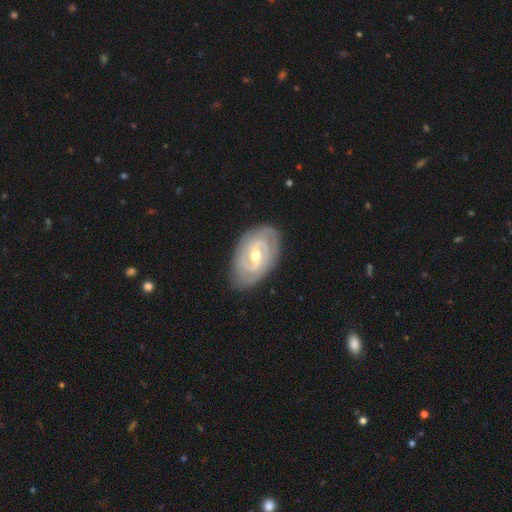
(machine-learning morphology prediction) A featured or disk galaxy (88%) with a weak bar (47%), 2 (59%) tight (73%) spiral arms (94%) and a moderate central bulge (67%).

Vote fractions:
- Smooth or featured? featured or disk: 88% / smooth: 8% / star or artifact: 4%
- Edge-on disk? no: 96% / yes: 4%
- Bar? weak: 47% / no: 30% / strong: 23%
- Spiral arms? yes: 94% / no: 6%
- Spiral winding? tight: 73% / medium: 22% / loose: 5%
- Spiral arm count? 2: 59% / can't tell: 18% / 3: 13% / 4: 4% / 1: 3% / more than 4: 3%
- Bulge size? moderate: 67% / small: 29% / large: 3% / none: 1% / dominant: 1%
- Merging? none: 82% / minor disturbance: 14% / major disturbance: 3% / merger: 1%